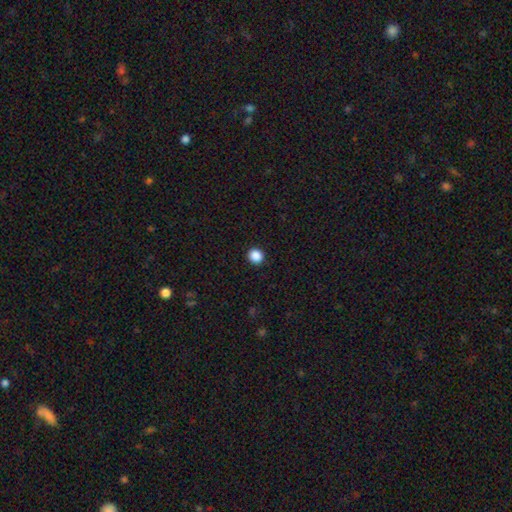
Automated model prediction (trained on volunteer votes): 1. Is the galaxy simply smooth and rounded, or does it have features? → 88% smooth, 10% star or artifact, 2% featured or disk.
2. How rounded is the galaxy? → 89% round, 10% in between, 1% cigar-shaped.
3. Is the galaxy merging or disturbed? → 93% none, 5% minor disturbance, 2% major disturbance, 1% merger.